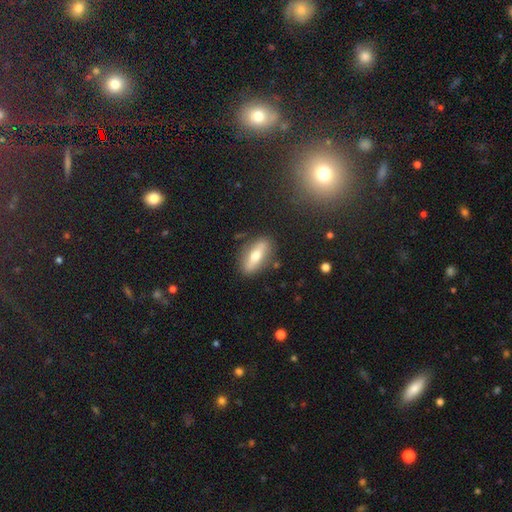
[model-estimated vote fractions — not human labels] smooth-or-featured: smooth: 50% | featured or disk: 43% | star or artifact: 8%
  merging: none: 83% | minor disturbance: 11% | major disturbance: 3% | merger: 2%